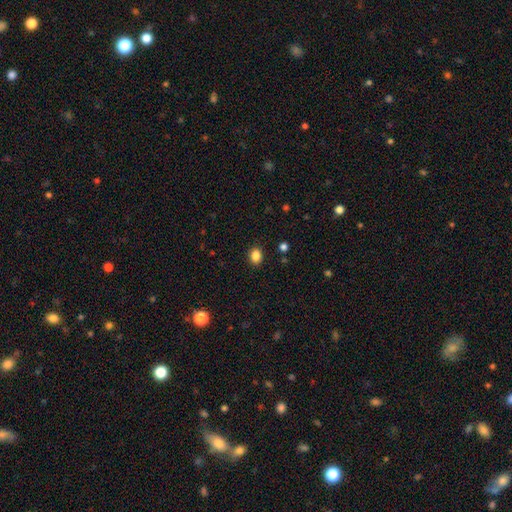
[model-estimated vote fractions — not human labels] Smooth or featured?
  - smooth: 85% *
  - star or artifact: 11%
  - featured or disk: 4%
How rounded?
  - round: 54% *
  - in between: 45%
  - cigar-shaped: 1%
Merging?
  - none: 89% *
  - minor disturbance: 7%
  - major disturbance: 2%
  - merger: 1%